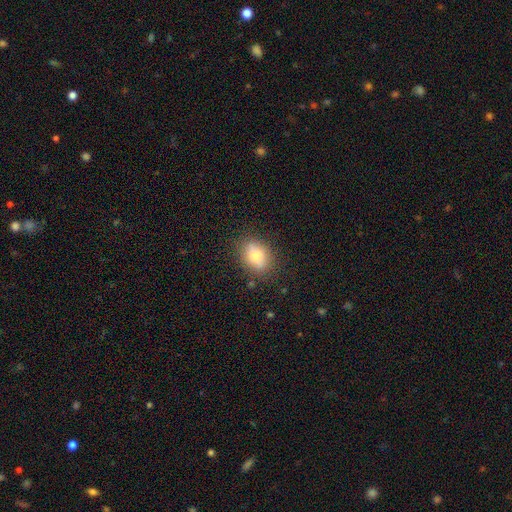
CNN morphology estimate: Q: Smooth or featured?
A: smooth (67%); runner-up: featured or disk (24%)
Q: How rounded?
A: in between (63%); runner-up: round (34%)
Q: Merging?
A: none (80%); runner-up: minor disturbance (14%)